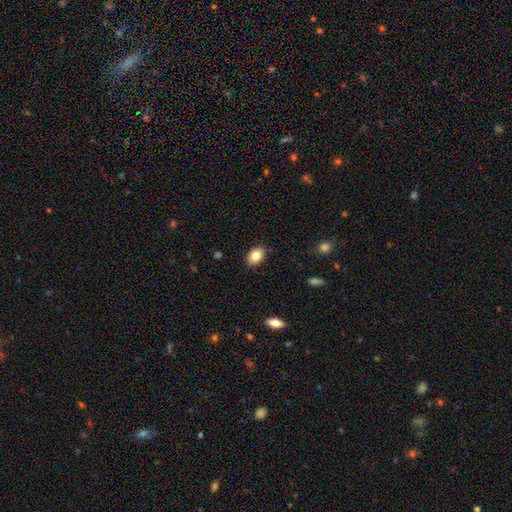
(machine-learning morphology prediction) Smooth or featured: smooth — 83% (featured or disk — 8%)
How rounded: in between — 82% (round — 16%)
Merging: none — 86% (minor disturbance — 11%)